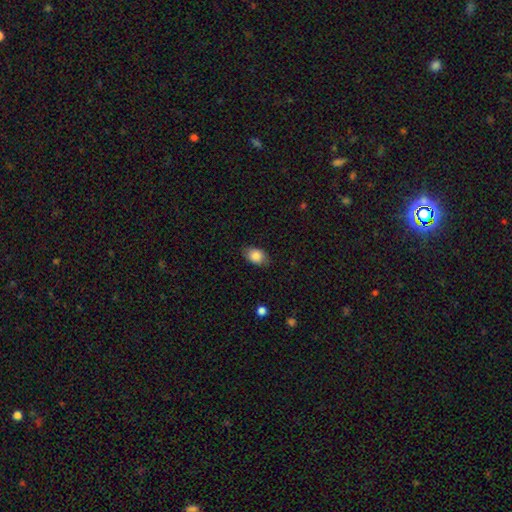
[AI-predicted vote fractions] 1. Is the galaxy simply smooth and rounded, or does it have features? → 86% smooth, 7% star or artifact, 7% featured or disk.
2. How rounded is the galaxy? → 83% in between, 15% round, 1% cigar-shaped.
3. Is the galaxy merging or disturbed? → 81% none, 15% minor disturbance, 3% major disturbance, 1% merger.